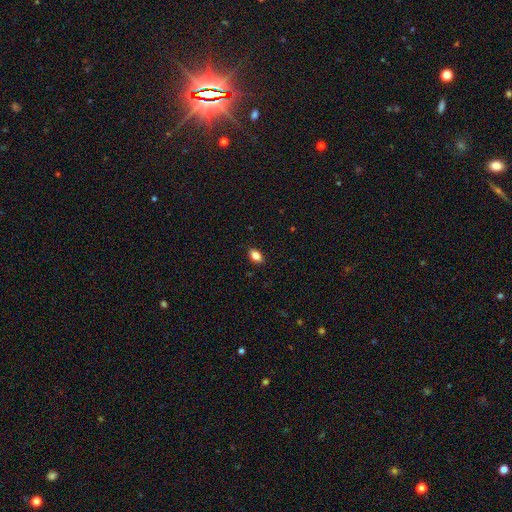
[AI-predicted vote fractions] smooth 85%, star or artifact 9%, featured or disk 6%. Down the decision tree: how rounded — in between (86%); merging — none (89%).